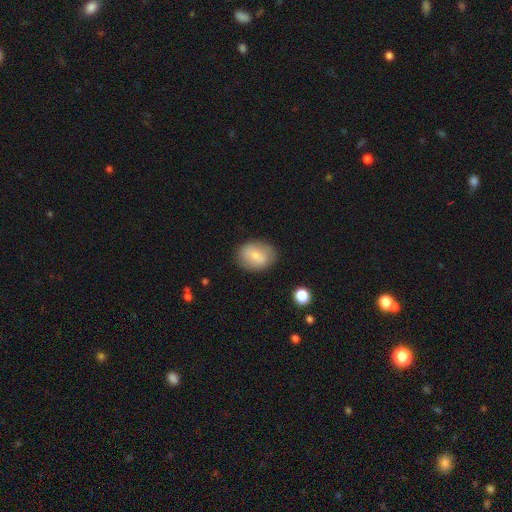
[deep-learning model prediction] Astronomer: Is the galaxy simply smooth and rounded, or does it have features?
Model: smooth — 71%.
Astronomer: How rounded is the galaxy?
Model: in between — 65%.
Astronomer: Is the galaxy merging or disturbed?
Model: none — 81%.